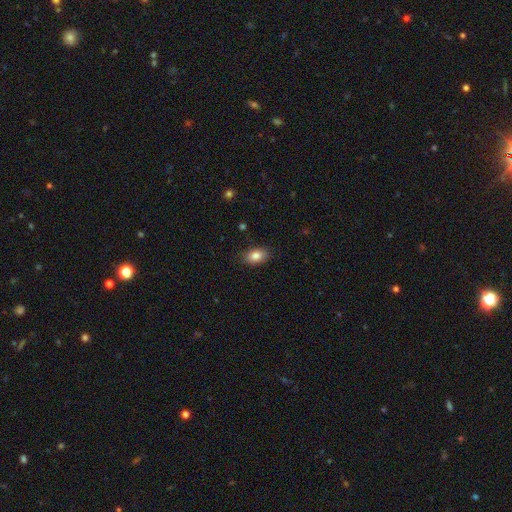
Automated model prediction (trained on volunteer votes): smooth 85%, star or artifact 8%, featured or disk 7%. Down the decision tree: how rounded — in between (87%); merging — none (85%).